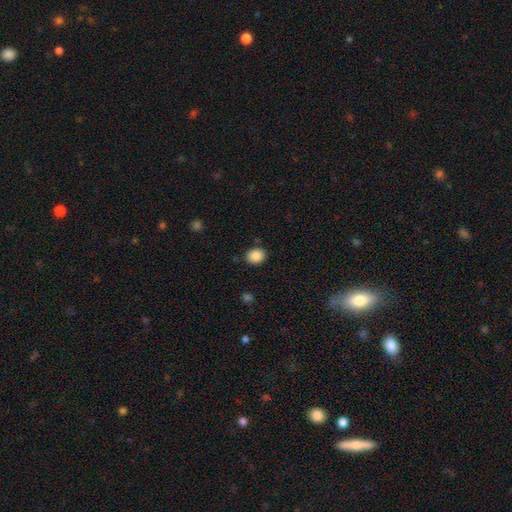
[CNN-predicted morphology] Smooth or featured?
  - smooth: 88% *
  - star or artifact: 9%
  - featured or disk: 4%
How rounded?
  - round: 54% *
  - in between: 45%
  - cigar-shaped: 1%
Merging?
  - none: 85% *
  - minor disturbance: 10%
  - major disturbance: 3%
  - merger: 3%